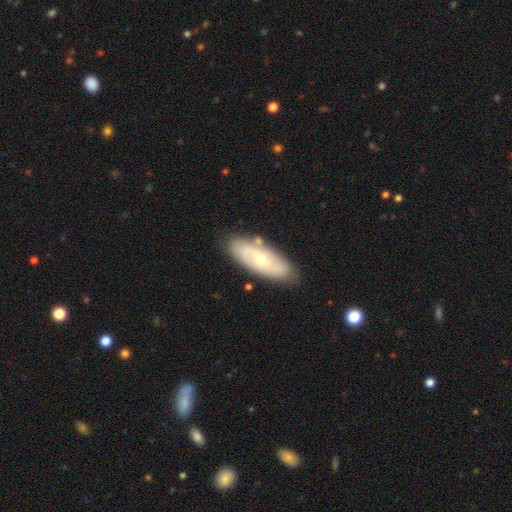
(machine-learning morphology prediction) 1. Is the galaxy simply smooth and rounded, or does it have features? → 56% featured or disk, 36% smooth, 8% star or artifact.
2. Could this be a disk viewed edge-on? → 78% no, 22% yes.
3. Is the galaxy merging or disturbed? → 84% none, 11% minor disturbance, 3% merger, 3% major disturbance.